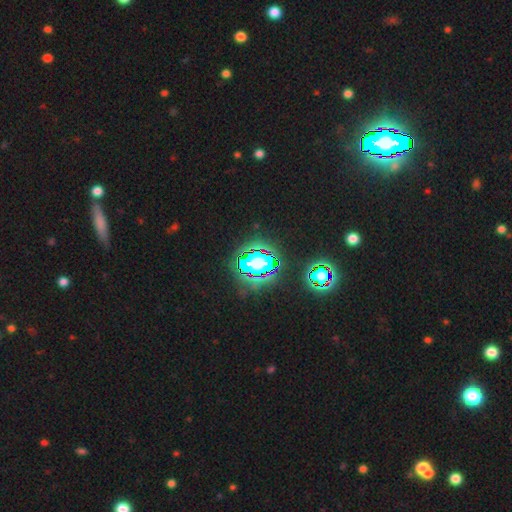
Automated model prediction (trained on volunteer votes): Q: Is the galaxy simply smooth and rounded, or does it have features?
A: star or artifact — 71%.